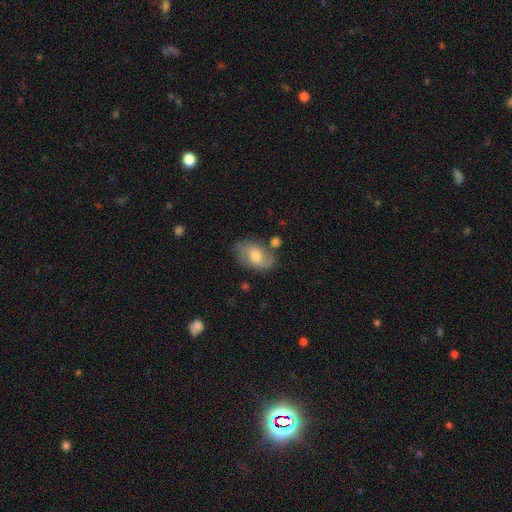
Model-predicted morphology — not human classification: A featured or disk galaxy (48%).

Vote fractions:
- Smooth or featured? featured or disk: 48% / smooth: 44% / star or artifact: 8%
- Merging? none: 68% / minor disturbance: 19% / merger: 7% / major disturbance: 6%